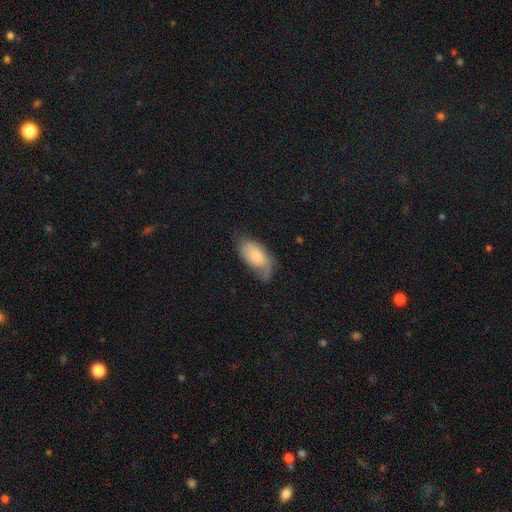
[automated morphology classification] Q: Smooth or featured?
A: smooth (59%); runner-up: featured or disk (34%)
Q: How rounded?
A: in between (93%); runner-up: round (4%)
Q: Merging?
A: none (45%); runner-up: minor disturbance (35%)